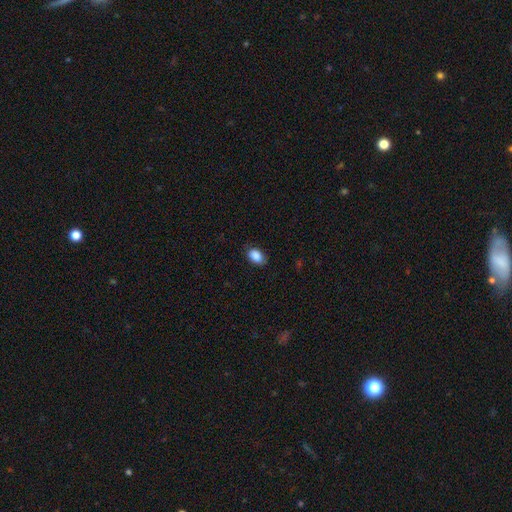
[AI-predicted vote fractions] This is clearly a smooth galaxy (89%). How rounded: clearly in between (88%). Merging: clearly none (82%).